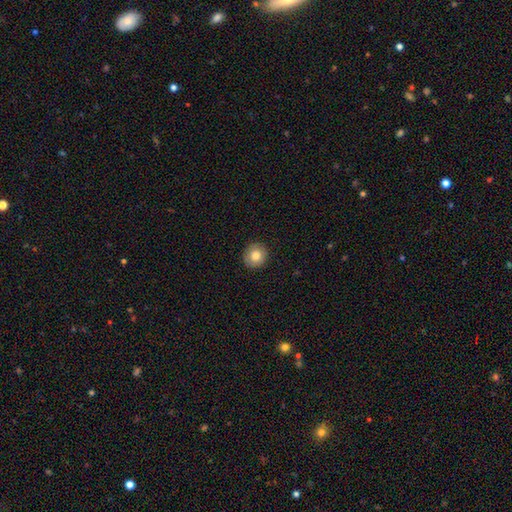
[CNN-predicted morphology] Smooth or featured? smooth (79%)
How rounded? round (90%)
Merging? none (91%)